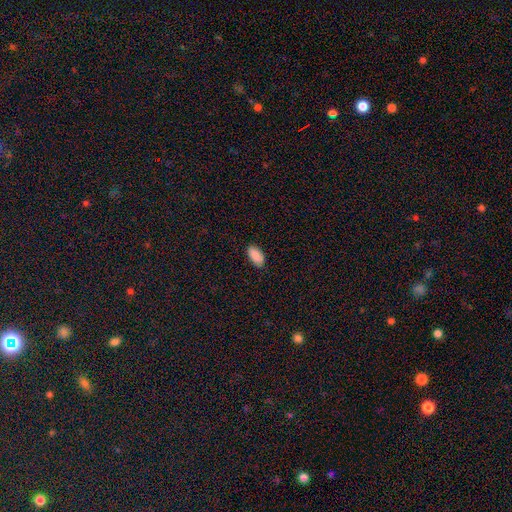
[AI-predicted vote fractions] smooth_or_featured: smooth (p=0.90) [alt: star or artifact p=0.06]
how_rounded: in between (p=0.95) [alt: cigar-shaped p=0.03]
merging: none (p=0.89) [alt: minor disturbance p=0.08]